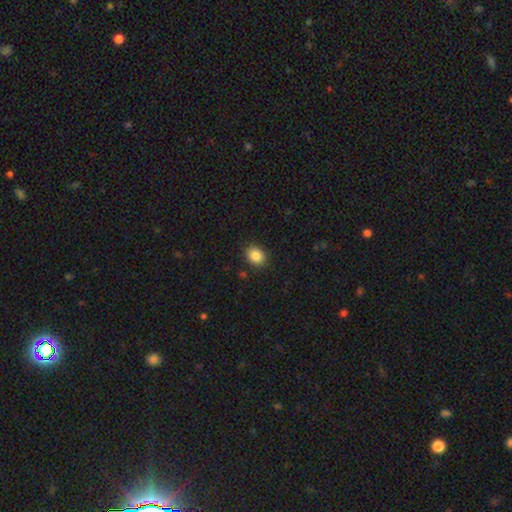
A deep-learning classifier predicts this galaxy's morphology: Q: Smooth or featured?
A: smooth (86%); runner-up: star or artifact (9%)
Q: How rounded?
A: round (59%); runner-up: in between (40%)
Q: Merging?
A: none (89%); runner-up: minor disturbance (8%)